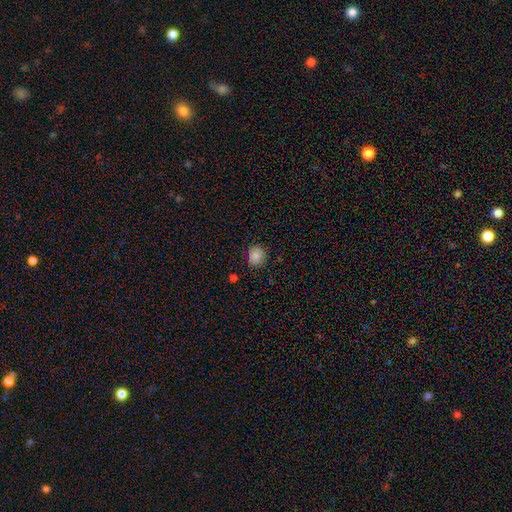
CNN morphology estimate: This appears to be a smooth galaxy with no disk features (84%) that is round (76%). Merging: none (86%).